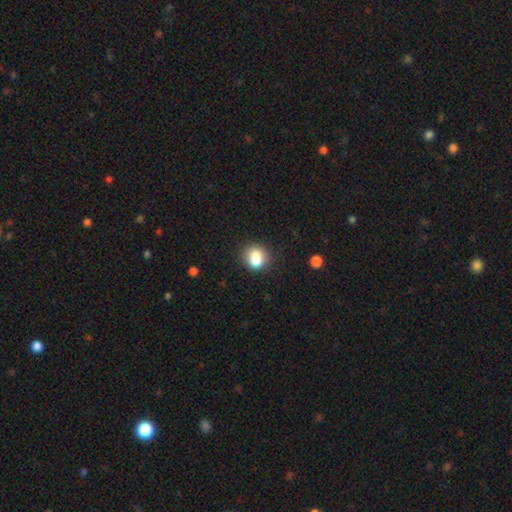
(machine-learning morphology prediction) A smooth galaxy with no disk features (77%) that is round (65%).

Vote fractions:
- Smooth or featured? smooth: 77% / featured or disk: 13% / star or artifact: 10%
- How rounded? round: 65% / in between: 34% / cigar-shaped: 1%
- Merging? none: 59% / merger: 19% / minor disturbance: 17% / major disturbance: 5%